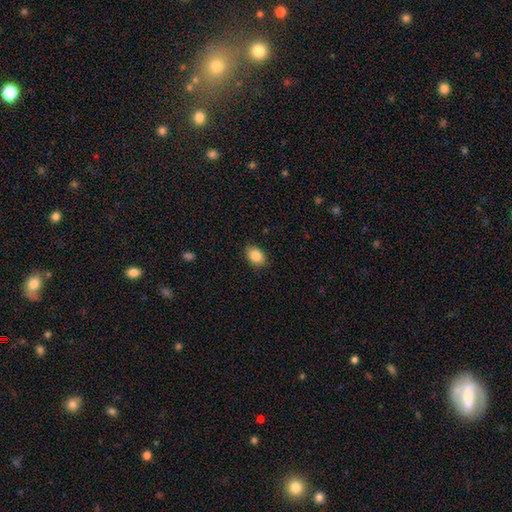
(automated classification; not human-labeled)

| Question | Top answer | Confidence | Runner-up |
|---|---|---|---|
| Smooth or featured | smooth | 86% | star or artifact (8%) |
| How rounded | in between | 79% | round (20%) |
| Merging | none | 87% | minor disturbance (10%) |